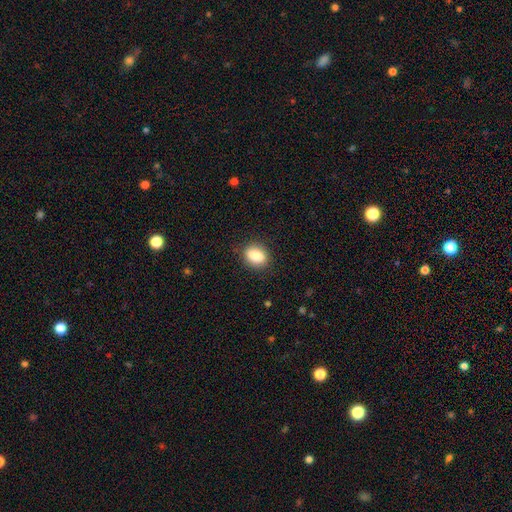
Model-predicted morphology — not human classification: Overall: smooth (86%). How rounded: in between (76%). Merging: none (86%).